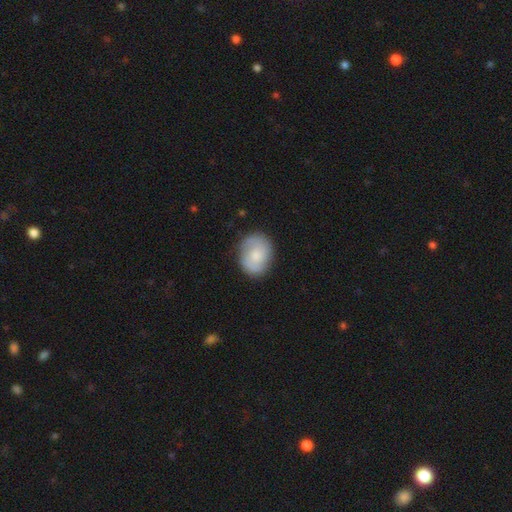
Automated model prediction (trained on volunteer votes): smooth 51%, featured or disk 42%, star or artifact 7%. Down the decision tree: how rounded — round (52%); merging — none (80%).